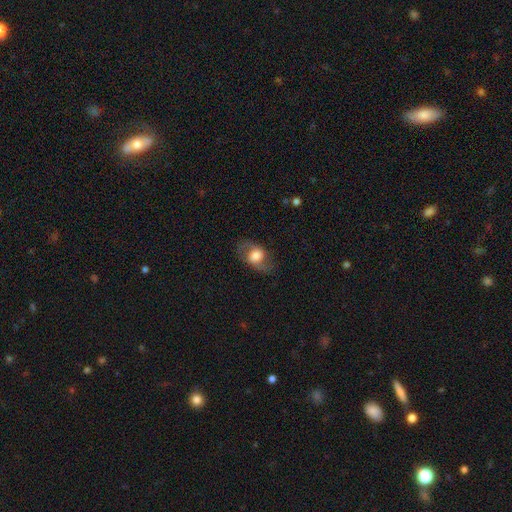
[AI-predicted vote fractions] Smooth or featured: smooth — 47% (featured or disk — 45%)
Merging: none — 71% (minor disturbance — 17%)